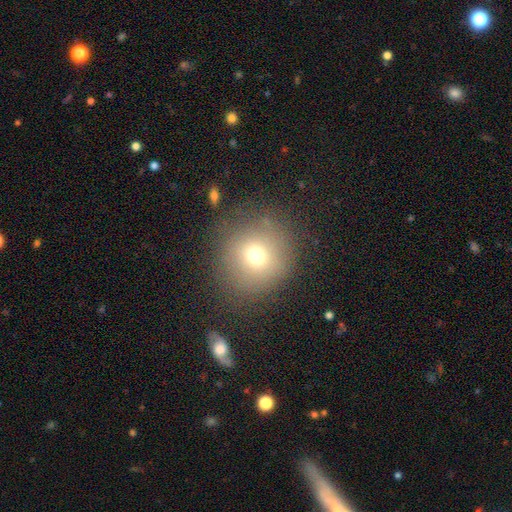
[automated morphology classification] Smooth or featured? smooth (69%)
How rounded? round (92%)
Merging? none (81%)